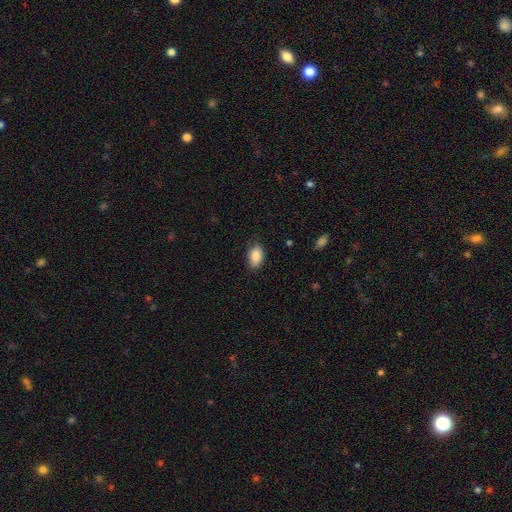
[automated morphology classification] Overall: smooth (87%). How rounded: in between (88%). Merging: none (83%).